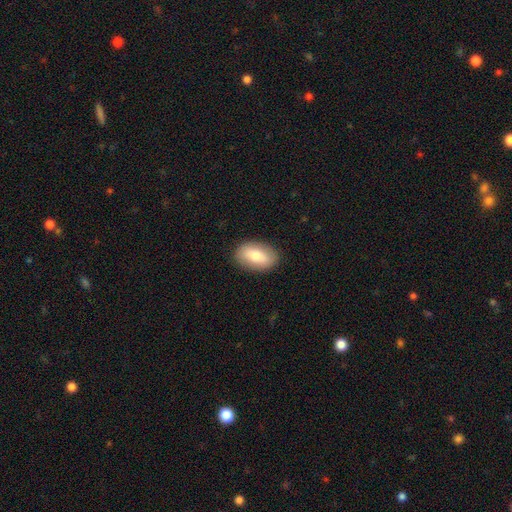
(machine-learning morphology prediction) Smooth or featured? Predicted: smooth (p=0.70). How rounded? Predicted: in between (p=0.91). Merging? Predicted: none (p=0.87).